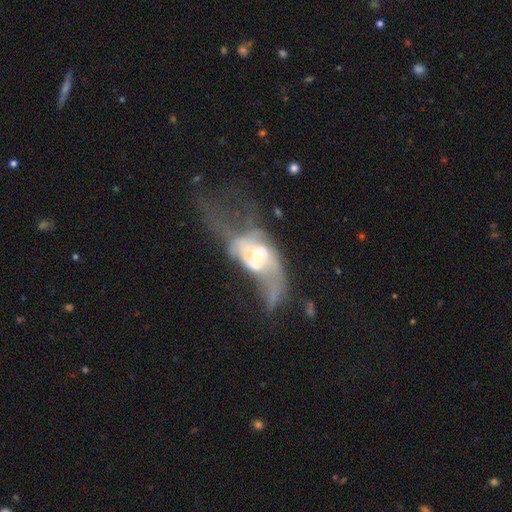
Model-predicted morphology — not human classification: Smooth or featured? featured or disk (68%)
Edge-on disk? no (93%)
Bar? no (69%)
Spiral arms? yes (51%)
Bulge size? moderate (52%)
Merging? major disturbance (49%)